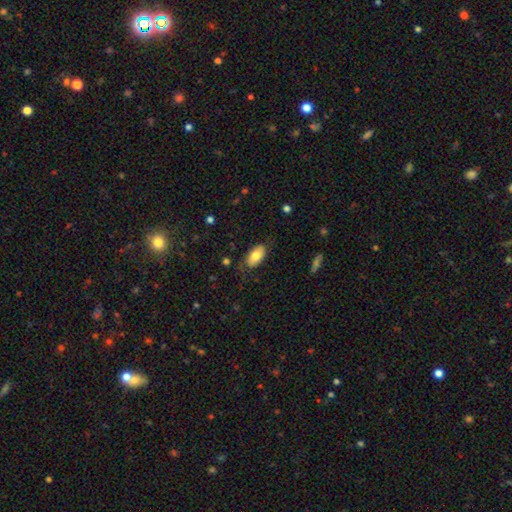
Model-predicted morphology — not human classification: Overall: smooth (77%). How rounded: in between (94%). Merging: none (74%).